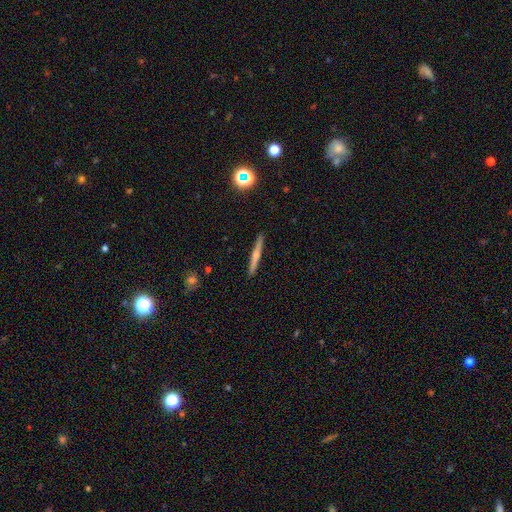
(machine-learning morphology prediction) Overall: featured or disk (51%; smooth 42%). Edge-on disk: yes (97%). Merging: none (91%).